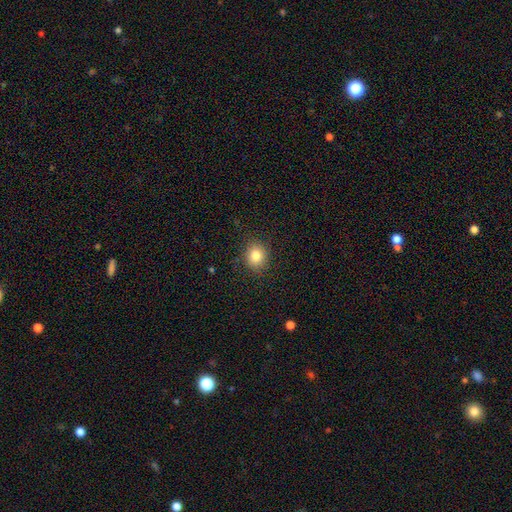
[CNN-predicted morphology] A smooth galaxy with no disk features (82%) that is round (73%). Merging: none (88%).